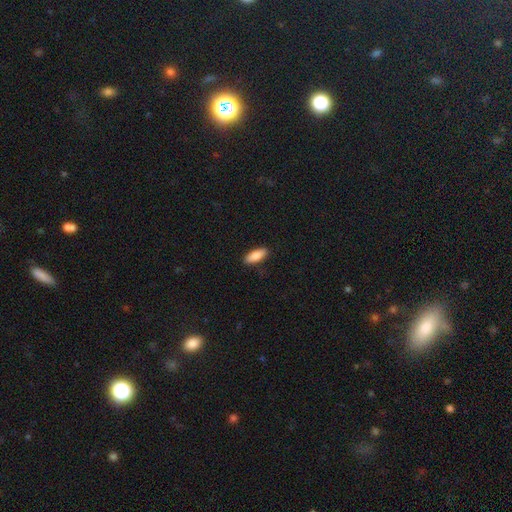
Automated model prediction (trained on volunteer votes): This is clearly a smooth galaxy (84%). How rounded: likely in between (73%). Merging: clearly none (88%).